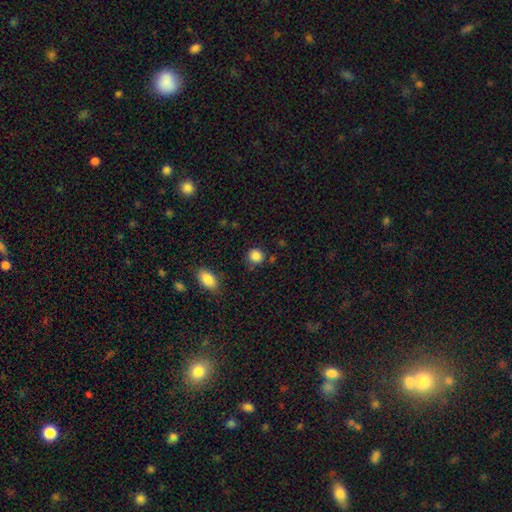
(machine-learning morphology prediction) Smooth or featured? smooth (86%)
How rounded? round (84%)
Merging? none (82%)